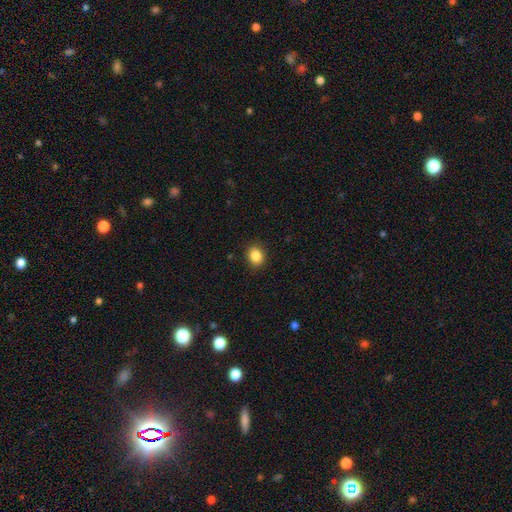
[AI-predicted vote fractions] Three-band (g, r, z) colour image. It shows a smooth galaxy with no disk features (86%) that is round (61%). Merging: none (89%).